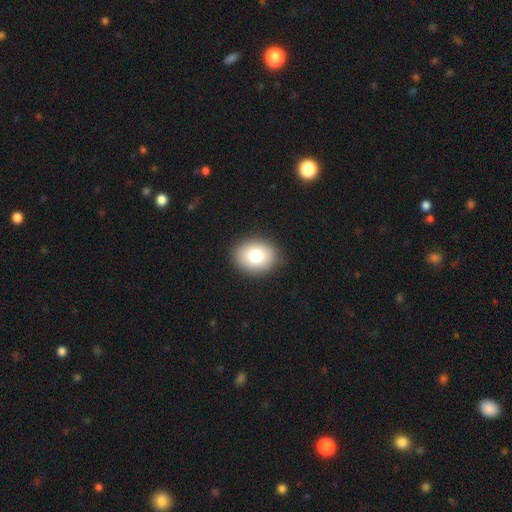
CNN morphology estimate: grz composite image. It shows a smooth galaxy with no disk features (79%) that is in between round and cigar-shaped (54%). Merging: none (90%).